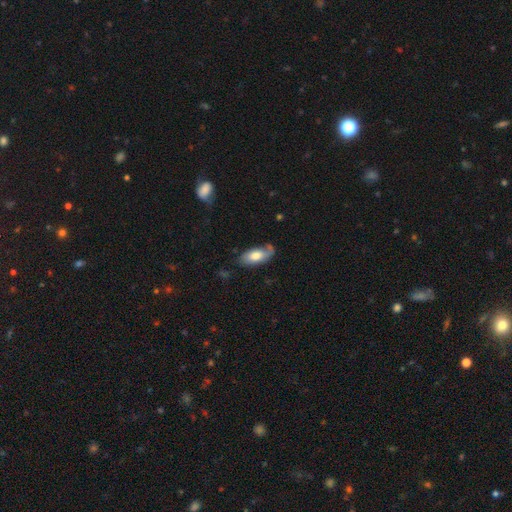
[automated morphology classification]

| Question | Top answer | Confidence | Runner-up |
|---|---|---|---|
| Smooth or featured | smooth | 66% | featured or disk (28%) |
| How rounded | in between | 89% | cigar-shaped (9%) |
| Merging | none | 60% | minor disturbance (26%) |